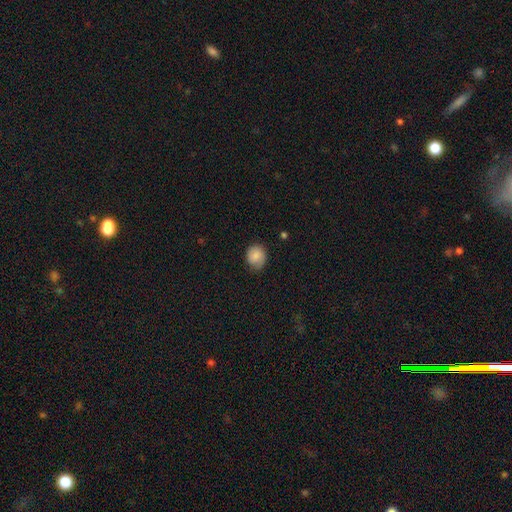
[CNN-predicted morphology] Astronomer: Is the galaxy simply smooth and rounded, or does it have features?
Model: smooth — 78%.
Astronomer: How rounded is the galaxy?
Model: round — 67%.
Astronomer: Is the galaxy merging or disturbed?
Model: none — 67%.